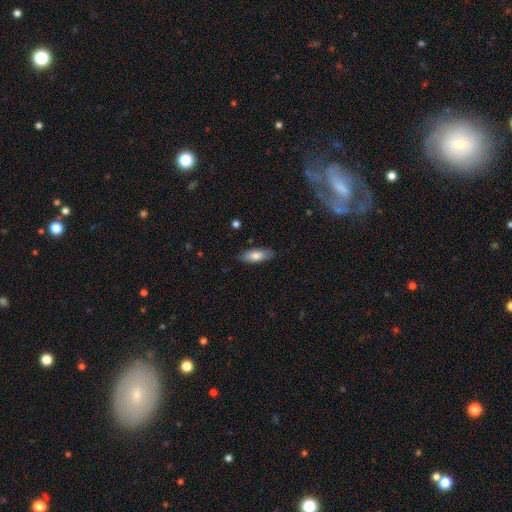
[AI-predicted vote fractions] Smooth or featured: smooth — 77% (featured or disk — 17%)
How rounded: in between — 76% (cigar-shaped — 22%)
Merging: none — 85% (minor disturbance — 12%)